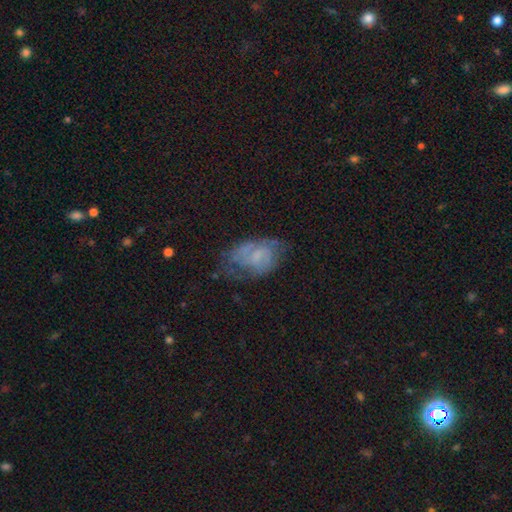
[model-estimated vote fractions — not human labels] Q: Smooth or featured?
A: featured or disk (57%); runner-up: smooth (32%)
Q: Edge-on disk?
A: no (96%); runner-up: yes (4%)
Q: Bar?
A: no (50%); runner-up: weak (42%)
Q: Spiral arms?
A: yes (73%); runner-up: no (27%)
Q: Bulge size?
A: small (40%); runner-up: none (35%)
Q: Merging?
A: none (49%); runner-up: minor disturbance (28%)